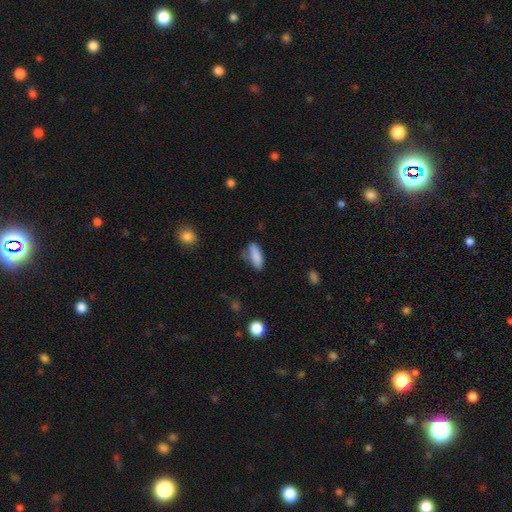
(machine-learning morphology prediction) This is clearly a smooth galaxy (86%). How rounded: likely in between (69%). Merging: likely none (64%).